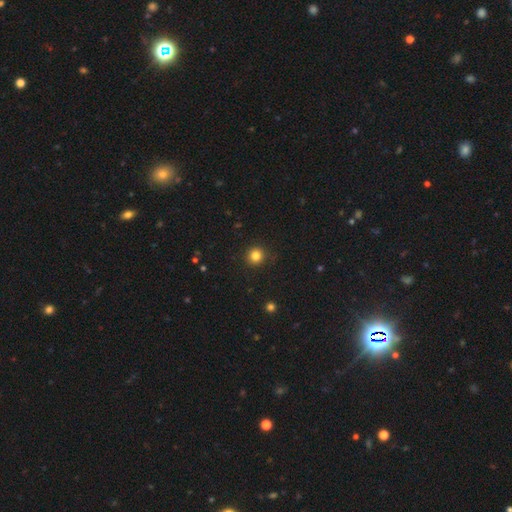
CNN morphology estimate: smooth 82%, star or artifact 13%, featured or disk 5%. Down the decision tree: how rounded — round (94%); merging — none (91%).